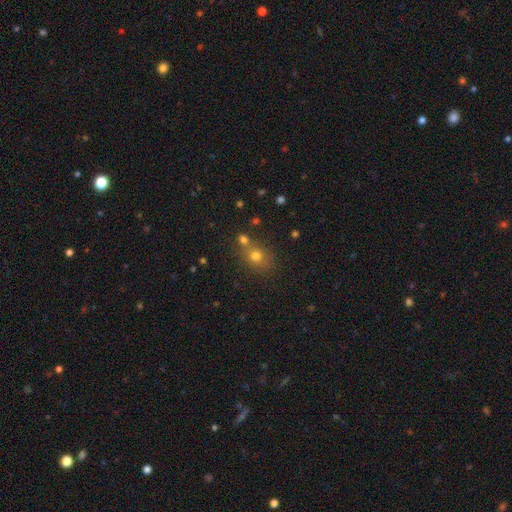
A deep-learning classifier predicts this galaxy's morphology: type=smooth (64%); roundness=round (74%); merging=none (63%).